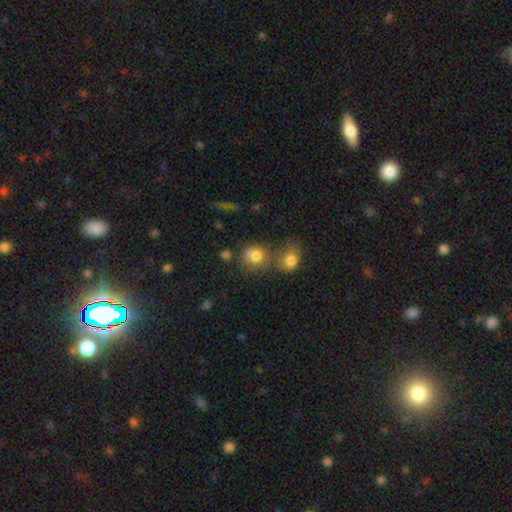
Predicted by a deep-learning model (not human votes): This is likely a smooth galaxy (80%). How rounded: likely round (65%). Merging: marginally none (44%).